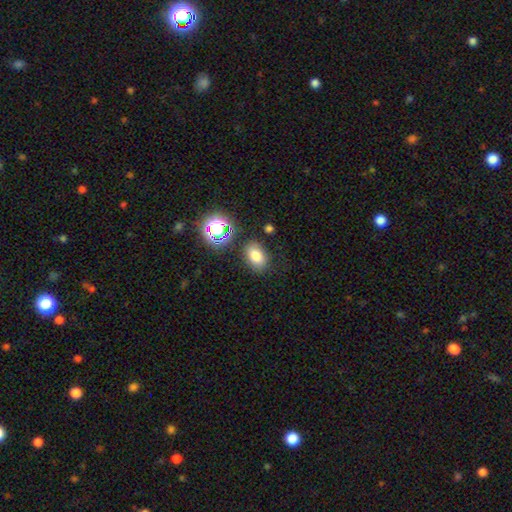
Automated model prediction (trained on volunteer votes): smooth_or_featured: smooth (p=0.77) [alt: star or artifact p=0.15]
how_rounded: in between (p=0.78) [alt: round p=0.21]
merging: none (p=0.80) [alt: minor disturbance p=0.13]